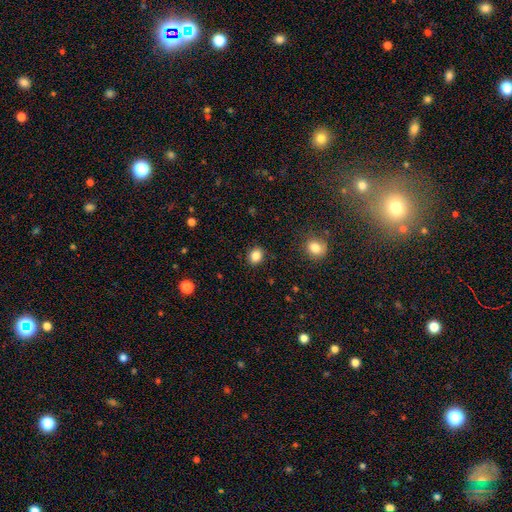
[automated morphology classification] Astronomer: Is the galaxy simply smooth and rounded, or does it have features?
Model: smooth — 85%.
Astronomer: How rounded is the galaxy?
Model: round — 56% (runner-up: in between, 43%).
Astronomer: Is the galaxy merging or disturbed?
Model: none — 89%.